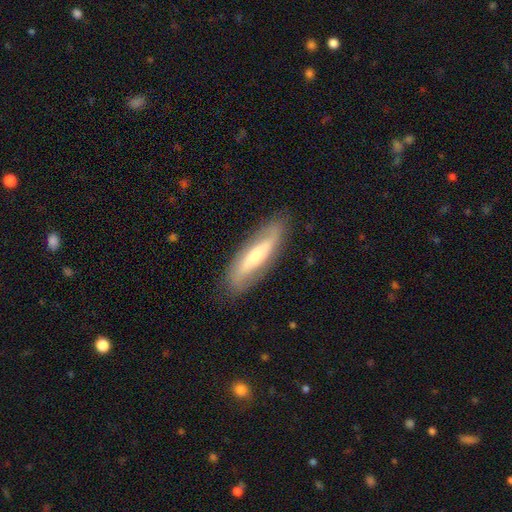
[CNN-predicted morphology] Smooth or featured? featured or disk (62%)
Edge-on disk? no (61%)
Merging? none (86%)